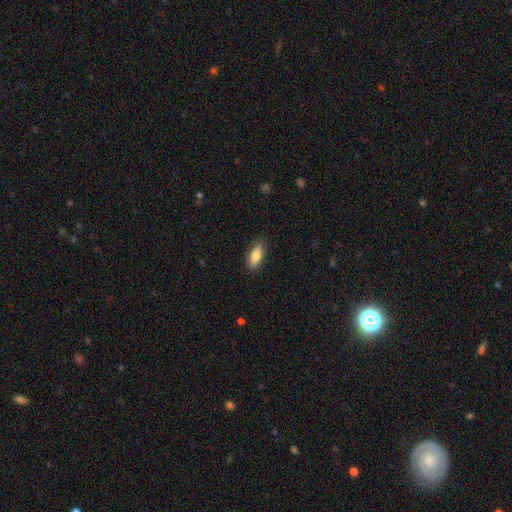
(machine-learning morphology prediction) Q: Smooth or featured?
A: smooth (77%); runner-up: featured or disk (17%)
Q: How rounded?
A: in between (71%); runner-up: cigar-shaped (27%)
Q: Merging?
A: none (85%); runner-up: minor disturbance (11%)